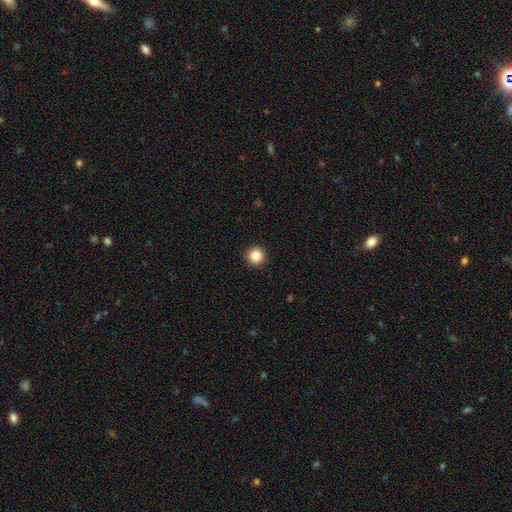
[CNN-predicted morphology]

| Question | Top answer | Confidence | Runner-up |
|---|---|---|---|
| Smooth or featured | smooth | 85% | star or artifact (10%) |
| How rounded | round | 96% | in between (3%) |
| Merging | none | 93% | minor disturbance (4%) |